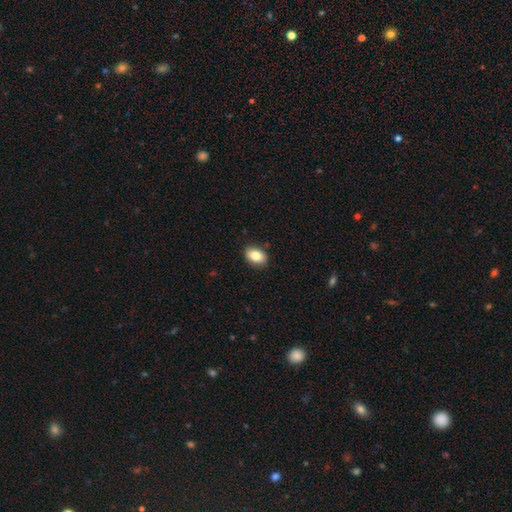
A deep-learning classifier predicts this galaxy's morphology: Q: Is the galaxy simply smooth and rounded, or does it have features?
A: smooth — 84%.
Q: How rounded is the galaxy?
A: in between — 82%.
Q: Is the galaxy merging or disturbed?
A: none — 88%.